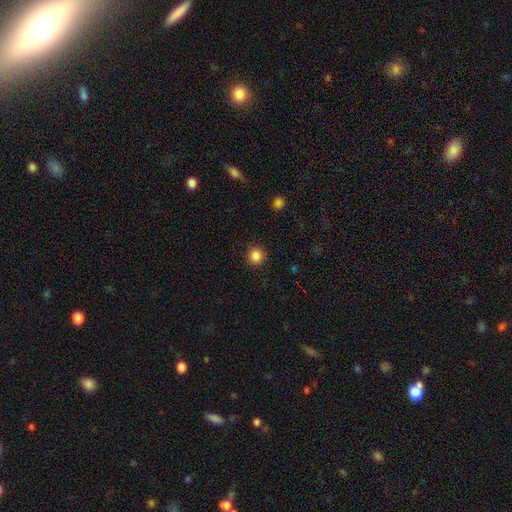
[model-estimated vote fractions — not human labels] smooth 86%, star or artifact 11%, featured or disk 4%. Down the decision tree: how rounded — round (92%); merging — none (92%).